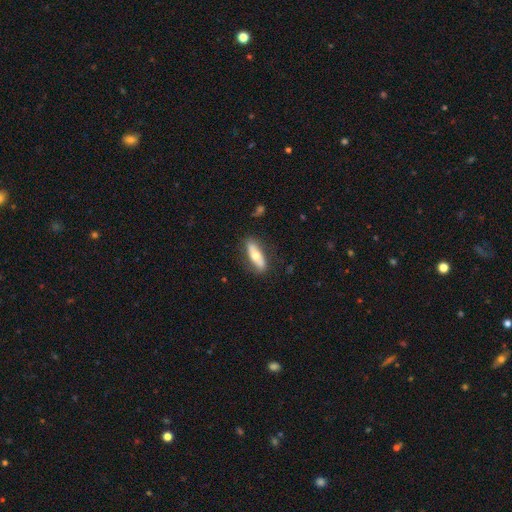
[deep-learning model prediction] This is possibly a smooth galaxy (56%). How rounded: possibly in between (50%). Merging: clearly none (81%).